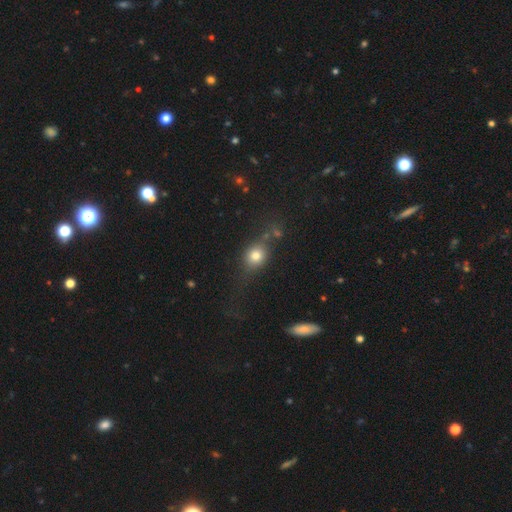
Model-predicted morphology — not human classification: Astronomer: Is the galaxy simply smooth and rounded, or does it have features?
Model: smooth — 73%.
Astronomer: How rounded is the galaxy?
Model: round — 56% (runner-up: in between, 41%).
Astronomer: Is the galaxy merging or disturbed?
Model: none — 57%.